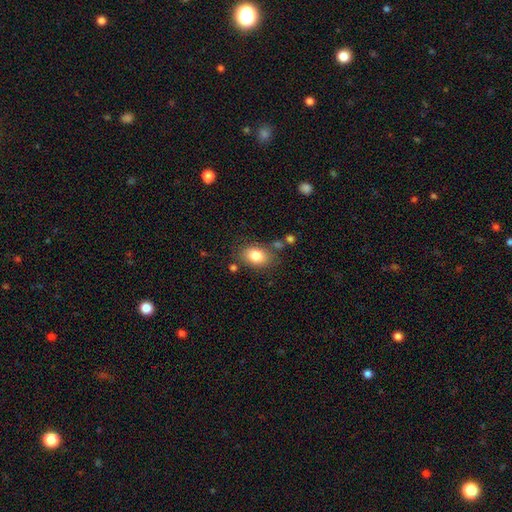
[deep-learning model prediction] Morphology: type=smooth (82%); roundness=in between (78%); merging=none (75%).